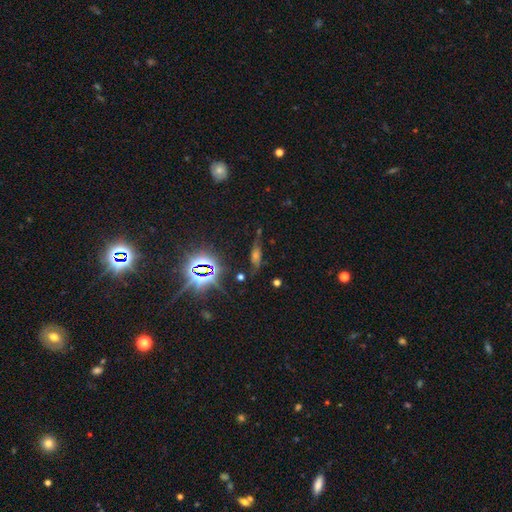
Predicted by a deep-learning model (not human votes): smooth_or_featured: star or artifact (p=0.42) [alt: featured or disk p=0.34]